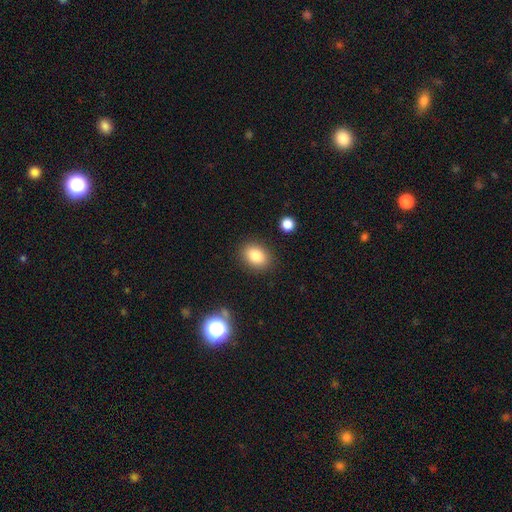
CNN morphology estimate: This is clearly a smooth galaxy (82%). How rounded: likely in between (64%). Merging: clearly none (87%).